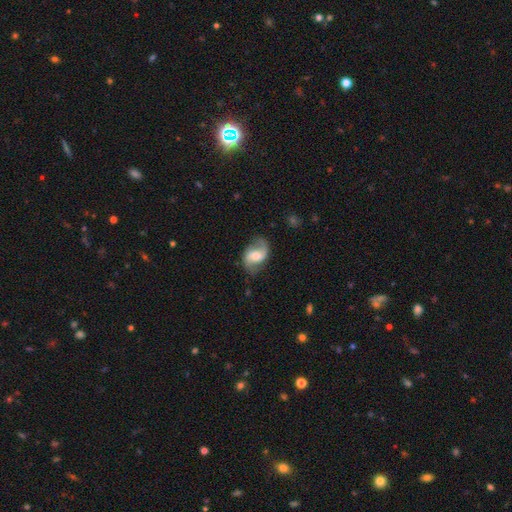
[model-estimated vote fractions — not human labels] Q: Smooth or featured?
A: featured or disk (75%); runner-up: smooth (19%)
Q: Edge-on disk?
A: no (97%); runner-up: yes (3%)
Q: Bar?
A: weak (44%); runner-up: no (41%)
Q: Spiral arms?
A: yes (94%); runner-up: no (6%)
Q: Spiral winding?
A: loose (55%); runner-up: medium (35%)
Q: Spiral arm count?
A: 2 (89%); runner-up: 1 (4%)
Q: Bulge size?
A: moderate (59%); runner-up: small (29%)
Q: Merging?
A: none (73%); runner-up: minor disturbance (18%)